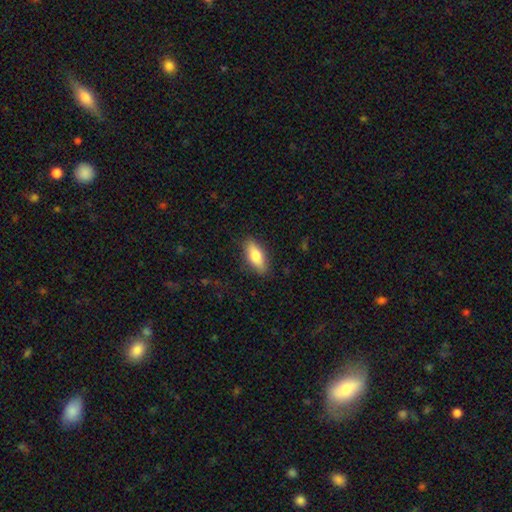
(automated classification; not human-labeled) Morphology: type=smooth (76%); roundness=in between (72%); merging=none (87%).